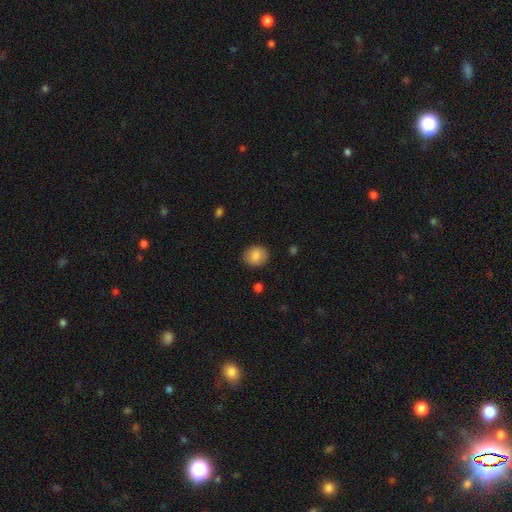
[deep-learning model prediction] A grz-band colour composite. It shows a smooth galaxy with no disk features (85%) that is round (71%). Merging: none (89%).